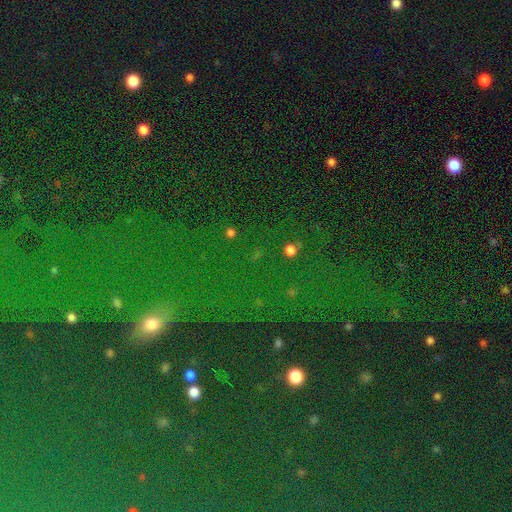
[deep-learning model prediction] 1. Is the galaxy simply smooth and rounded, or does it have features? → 64% star or artifact, 25% smooth, 11% featured or disk.